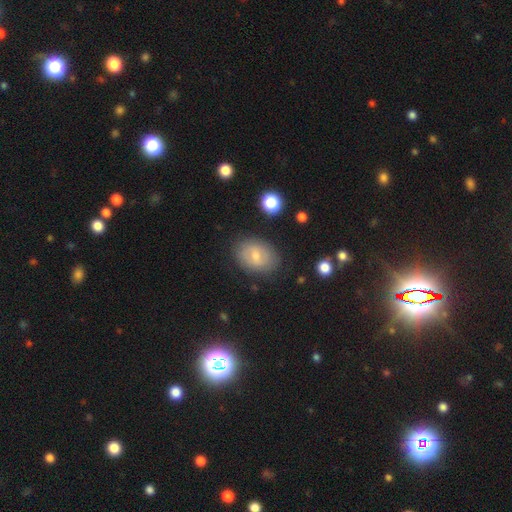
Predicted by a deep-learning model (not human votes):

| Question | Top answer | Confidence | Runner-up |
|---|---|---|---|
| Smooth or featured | smooth | 59% | featured or disk (32%) |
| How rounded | in between | 74% | round (25%) |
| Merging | none | 81% | minor disturbance (14%) |